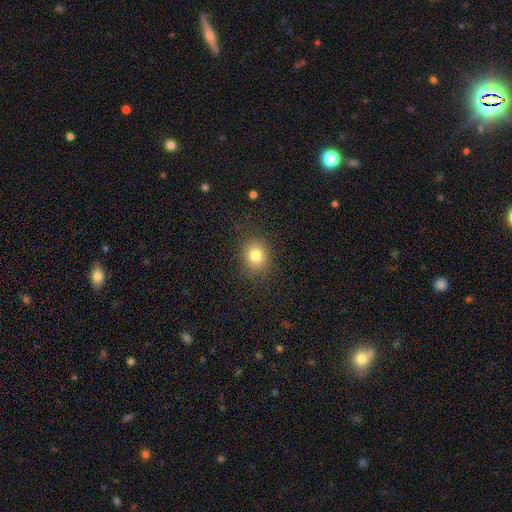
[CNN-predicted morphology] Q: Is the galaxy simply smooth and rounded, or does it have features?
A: smooth — 80%.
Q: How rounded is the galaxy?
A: round — 68%.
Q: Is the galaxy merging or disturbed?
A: none — 85%.